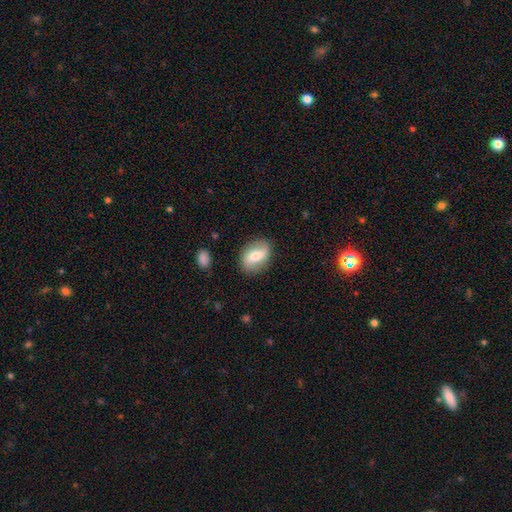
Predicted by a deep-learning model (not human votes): Overall: smooth (57%; featured or disk 36%). How rounded: in between (75%). Merging: none (82%).